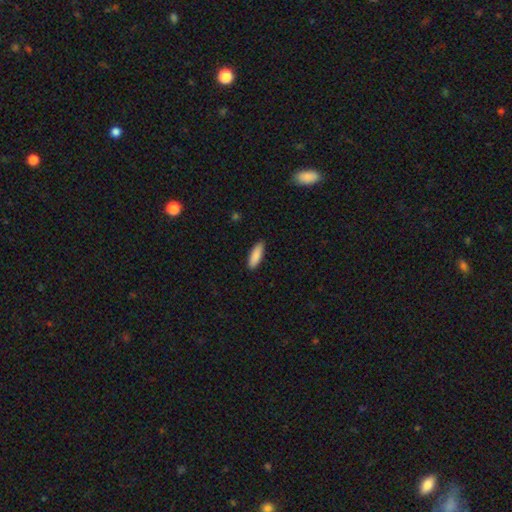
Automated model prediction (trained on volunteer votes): smooth-or-featured: smooth: 88% | featured or disk: 6% | star or artifact: 6%
  how-rounded: in between: 50% | cigar-shaped: 48% | round: 2%
  merging: none: 88% | minor disturbance: 9% | major disturbance: 2% | merger: 1%